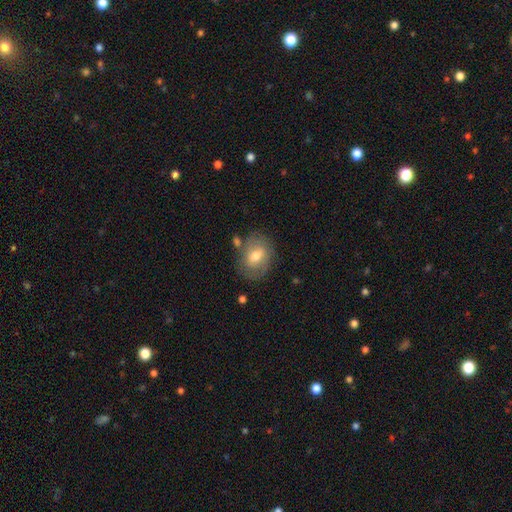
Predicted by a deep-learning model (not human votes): Morphology: type=smooth (59%); roundness=in between (53%); merging=none (72%).